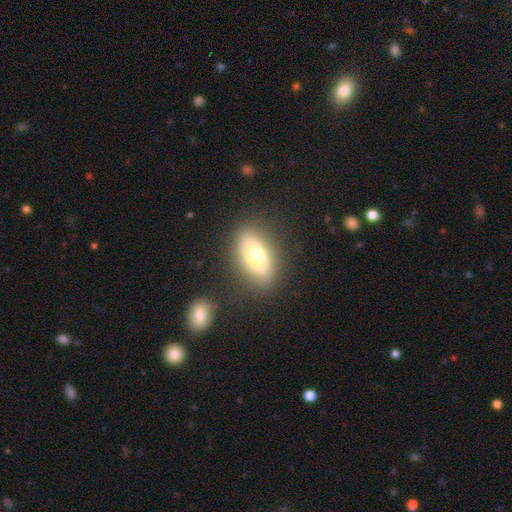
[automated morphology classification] smooth 66%, featured or disk 26%, star or artifact 8%. Down the decision tree: how rounded — in between (89%); merging — none (80%).